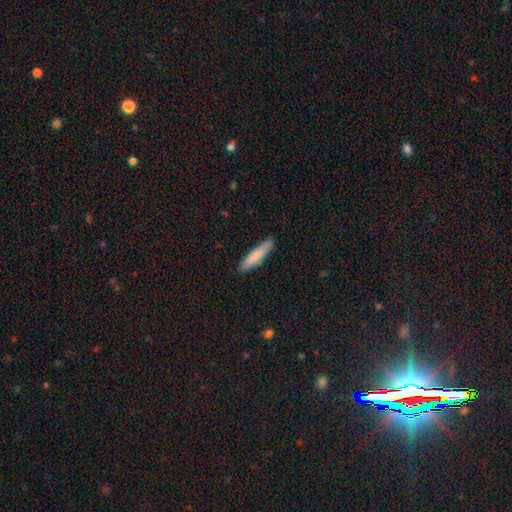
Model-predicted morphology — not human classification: The model was most divided on "smooth or featured": smooth: 80%, featured or disk: 14%, star or artifact: 6%. More confident: how rounded — cigar-shaped (88%); merging — none (86%).